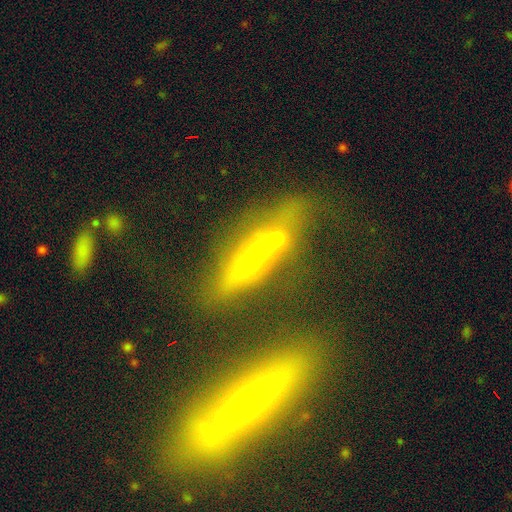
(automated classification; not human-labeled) smooth-or-featured: featured or disk: 49% | smooth: 37% | star or artifact: 14%
  merging: none: 44% | merger: 36% | minor disturbance: 13% | major disturbance: 7%